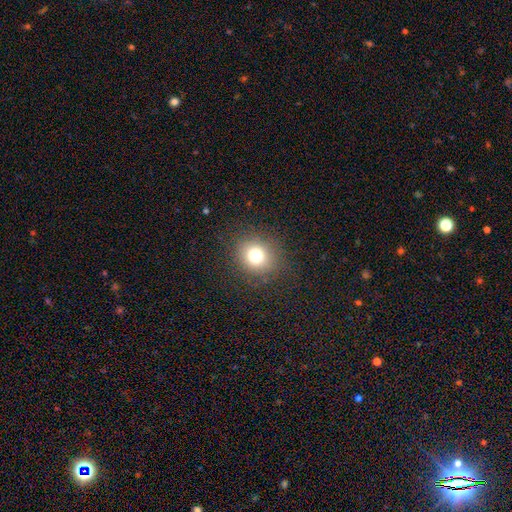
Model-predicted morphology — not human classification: A smooth galaxy with no disk features (77%) that is round (81%). Merging: none (86%).